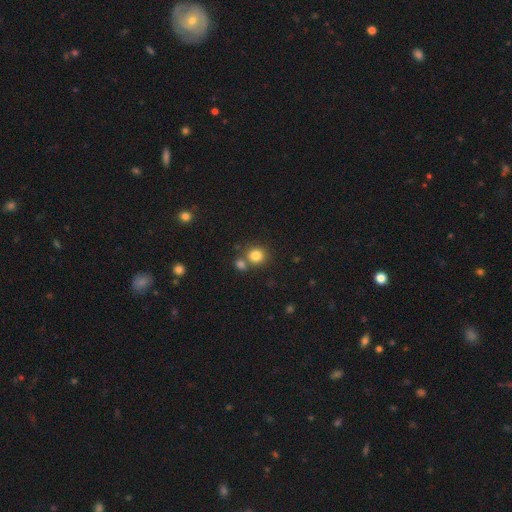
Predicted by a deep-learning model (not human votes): A smooth galaxy with no disk features (82%) that is round (86%). Merging: none (65%).